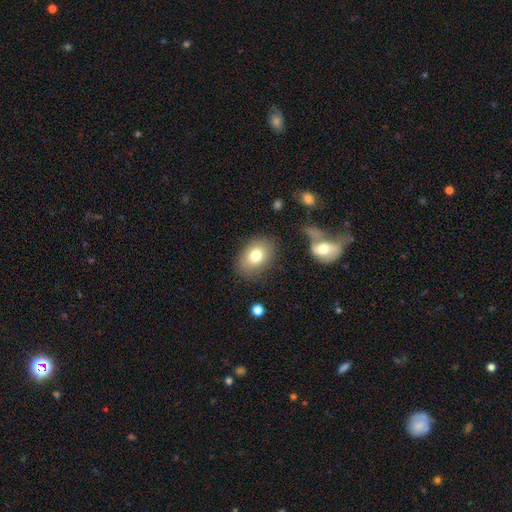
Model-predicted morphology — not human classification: Smooth or featured? smooth (77%)
How rounded? in between (75%)
Merging? none (80%)